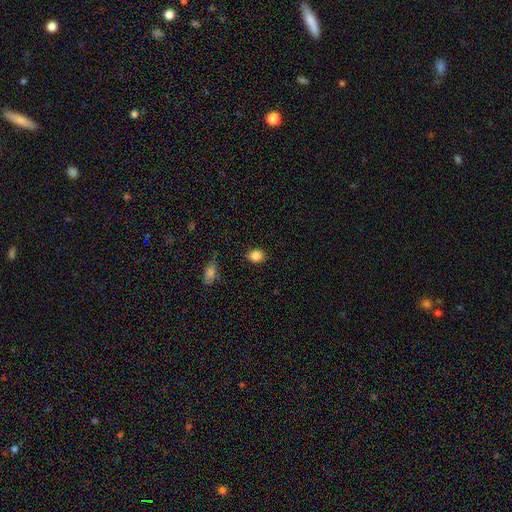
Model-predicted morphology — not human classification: This is clearly a smooth galaxy (85%). How rounded: possibly round (58%). Merging: clearly none (88%).